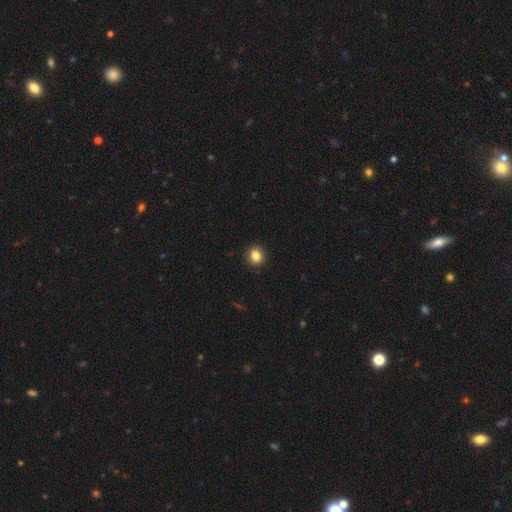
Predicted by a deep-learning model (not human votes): smooth_or_featured: smooth (p=0.85) [alt: star or artifact p=0.10]
how_rounded: round (p=0.78) [alt: in between p=0.21]
merging: none (p=0.92) [alt: minor disturbance p=0.05]